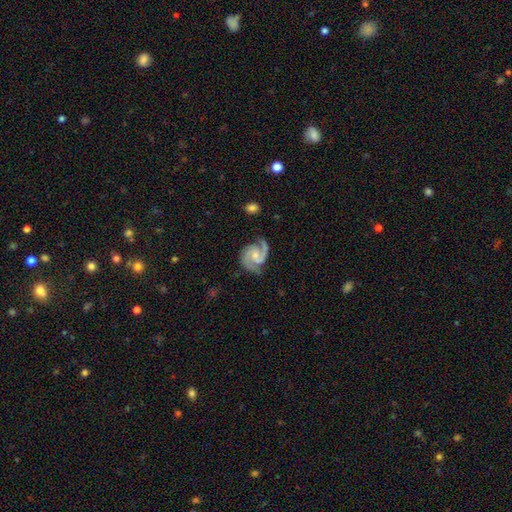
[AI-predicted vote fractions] Smooth or featured? featured or disk (91%)
Edge-on disk? no (98%)
Bar? no (51%)
Spiral arms? yes (98%)
Spiral winding? medium (58%)
Spiral arm count? 2 (92%)
Bulge size? small (53%)
Merging? none (74%)